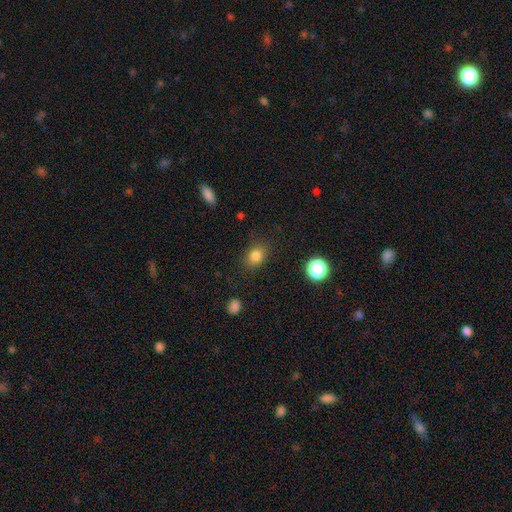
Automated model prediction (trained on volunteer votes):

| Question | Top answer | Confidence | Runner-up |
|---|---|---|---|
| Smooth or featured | smooth | 81% | star or artifact (12%) |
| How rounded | in between | 54% | round (45%) |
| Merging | none | 83% | minor disturbance (12%) |